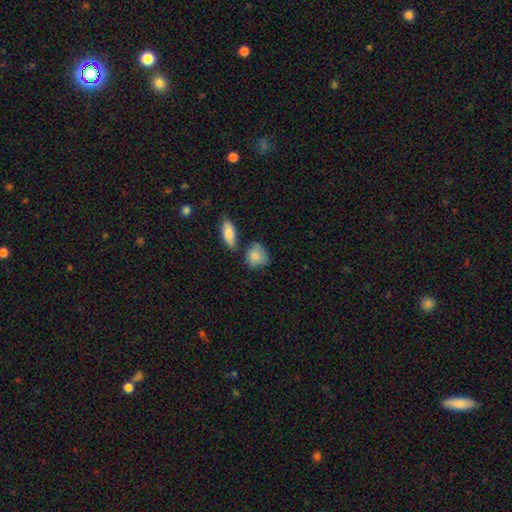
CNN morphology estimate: Smooth or featured: smooth — 84% (featured or disk — 8%)
How rounded: round — 61% (in between — 37%)
Merging: none — 56% (minor disturbance — 26%)